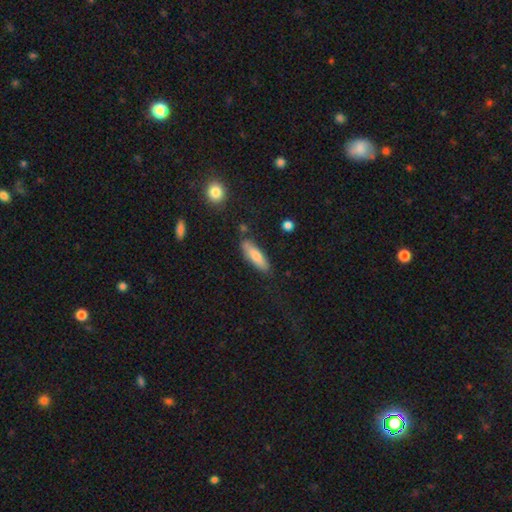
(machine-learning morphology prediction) The model was most divided on "how rounded": cigar-shaped: 66%, in between: 32%, round: 2%. More confident: merging — none (78%); smooth or featured — smooth (73%).